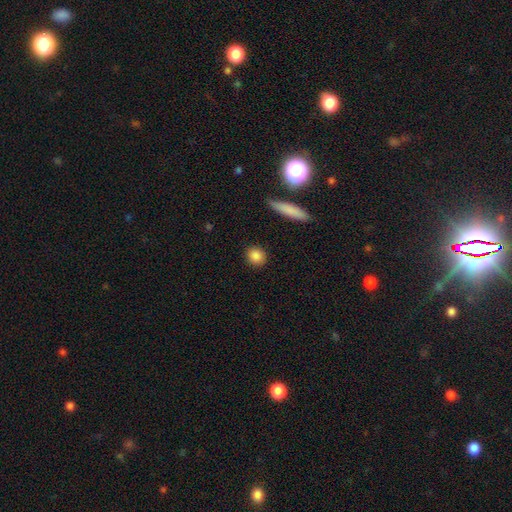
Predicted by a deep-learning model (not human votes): The model was most divided on "how rounded": round: 81%, in between: 16%, cigar-shaped: 3%. More confident: merging — none (91%); smooth or featured — smooth (87%).